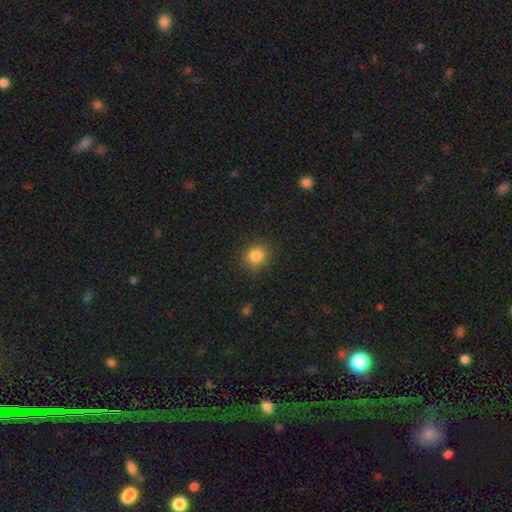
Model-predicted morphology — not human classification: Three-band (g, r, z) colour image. It shows a smooth galaxy with no disk features (84%) that is round (85%). Merging: none (87%).